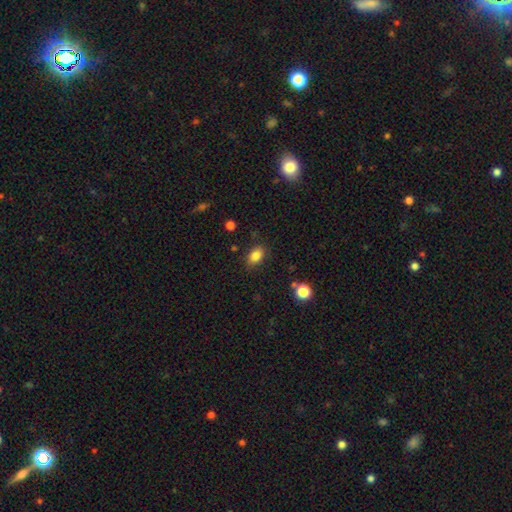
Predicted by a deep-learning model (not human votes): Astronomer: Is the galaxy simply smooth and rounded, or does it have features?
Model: smooth — 83%.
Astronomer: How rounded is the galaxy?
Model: in between — 82%.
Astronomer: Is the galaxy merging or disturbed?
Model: none — 84%.